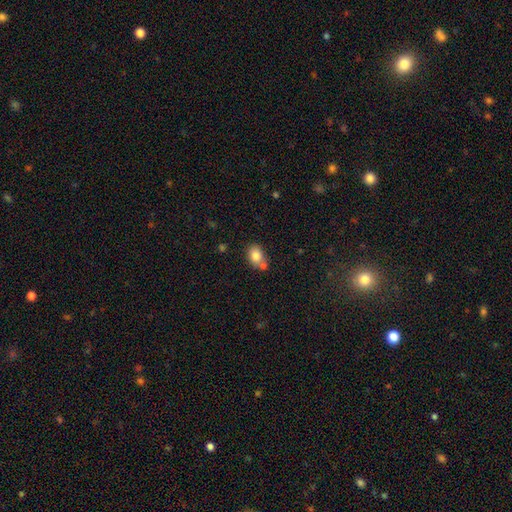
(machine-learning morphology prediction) This appears to be a smooth galaxy with no disk features (82%) that is in between round and cigar-shaped (63%). Merging: none (55%).